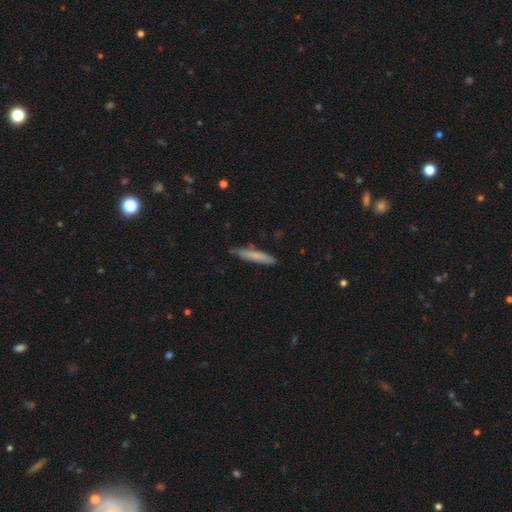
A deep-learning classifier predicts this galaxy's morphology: This appears to be a smooth galaxy with no disk features (73%) that is cigar-shaped (92%). Merging: none (82%).